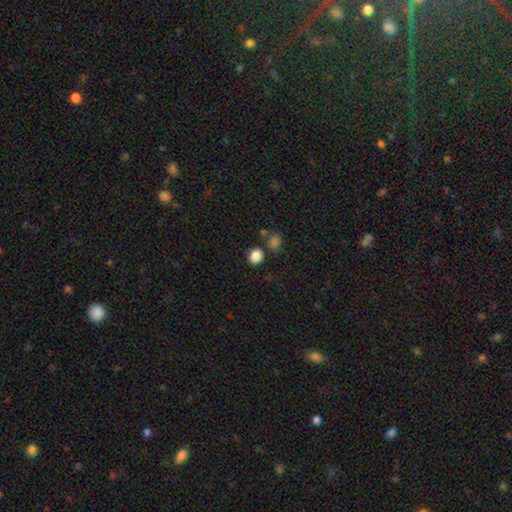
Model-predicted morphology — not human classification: smooth-or-featured: smooth: 85% | star or artifact: 11% | featured or disk: 4%
  how-rounded: round: 74% | in between: 25% | cigar-shaped: 1%
  merging: none: 77% | merger: 10% | minor disturbance: 10% | major disturbance: 4%